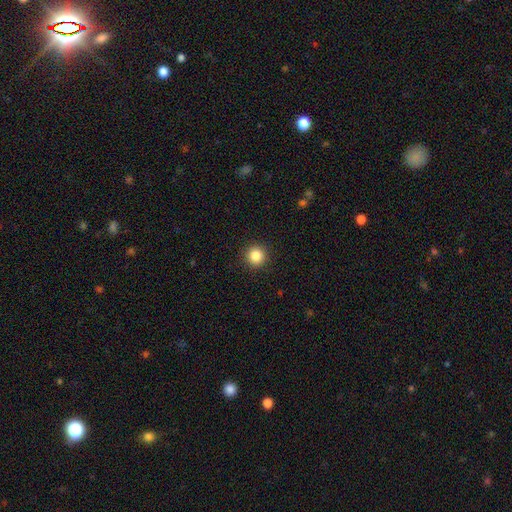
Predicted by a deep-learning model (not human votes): The model was most divided on "smooth or featured": smooth: 85%, star or artifact: 11%, featured or disk: 4%. More confident: how rounded — round (95%); merging — none (92%).